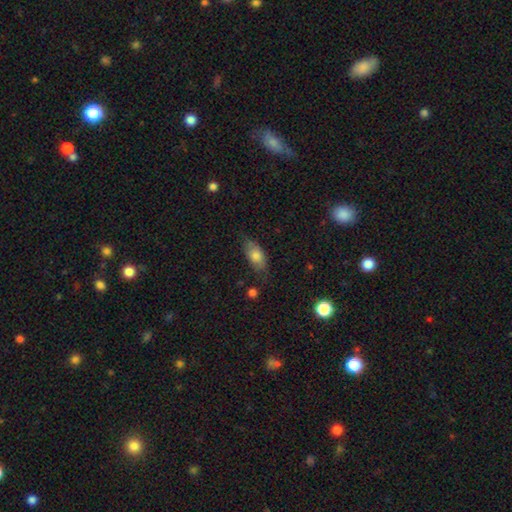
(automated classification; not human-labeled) Q: Smooth or featured?
A: smooth (76%); runner-up: featured or disk (16%)
Q: How rounded?
A: in between (88%); runner-up: cigar-shaped (7%)
Q: Merging?
A: none (66%); runner-up: minor disturbance (25%)